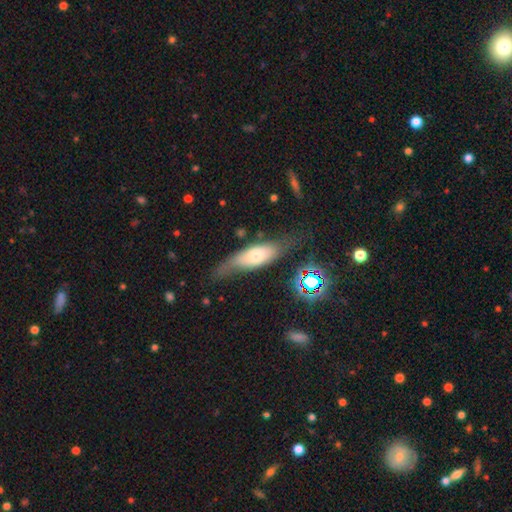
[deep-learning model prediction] smooth 52%, featured or disk 39%, star or artifact 9%. Down the decision tree: how rounded — in between (59%); merging — none (57%).